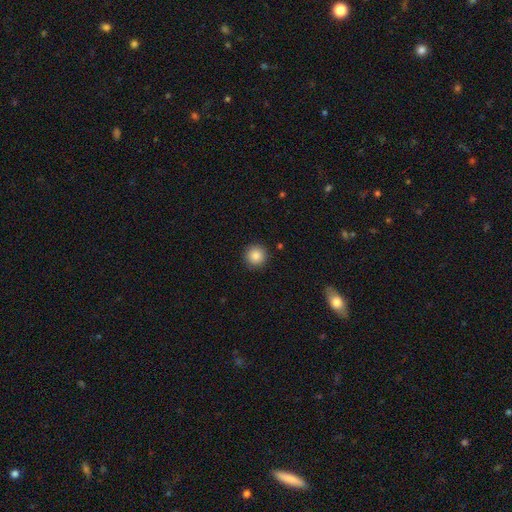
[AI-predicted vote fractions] Q: Smooth or featured?
A: smooth (86%); runner-up: star or artifact (9%)
Q: How rounded?
A: round (95%); runner-up: in between (4%)
Q: Merging?
A: none (92%); runner-up: minor disturbance (5%)